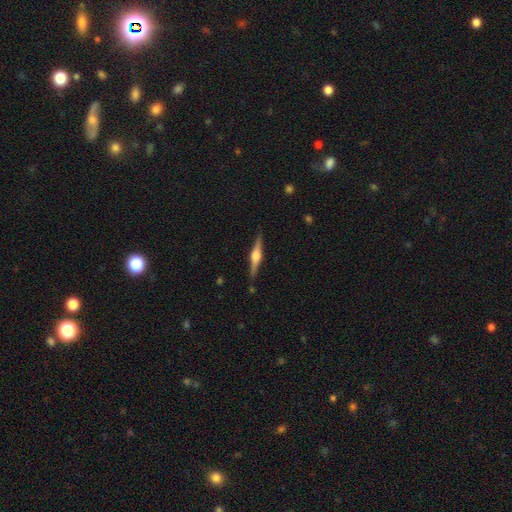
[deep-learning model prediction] Morphology: type=featured or disk (78%); edge-on=yes (98%); edge-on bulge=rounded (88%); merging=none (89%).